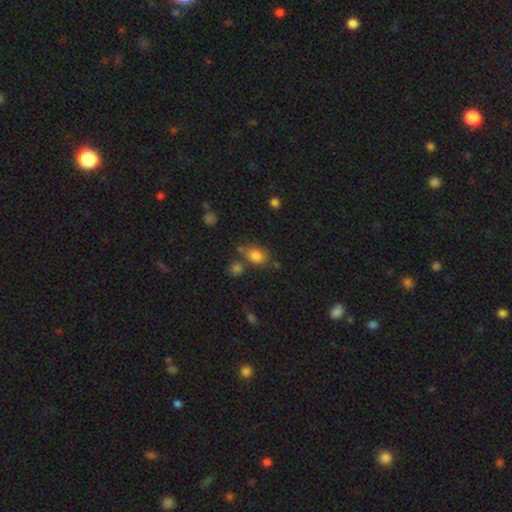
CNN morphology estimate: Q: Smooth or featured?
A: smooth (80%); runner-up: star or artifact (12%)
Q: How rounded?
A: in between (65%); runner-up: round (33%)
Q: Merging?
A: none (57%); runner-up: minor disturbance (20%)